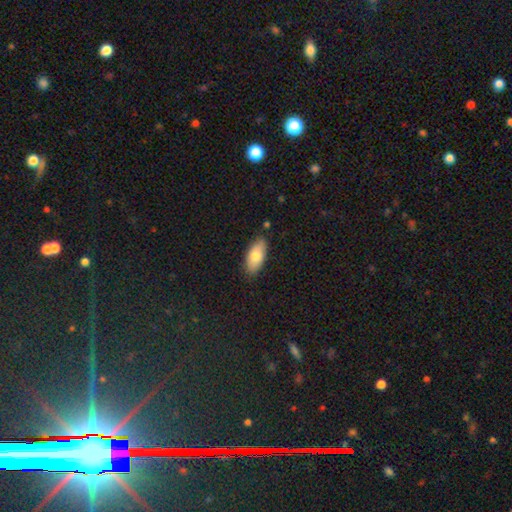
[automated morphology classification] Smooth or featured? smooth (78%)
How rounded? in between (88%)
Merging? none (82%)